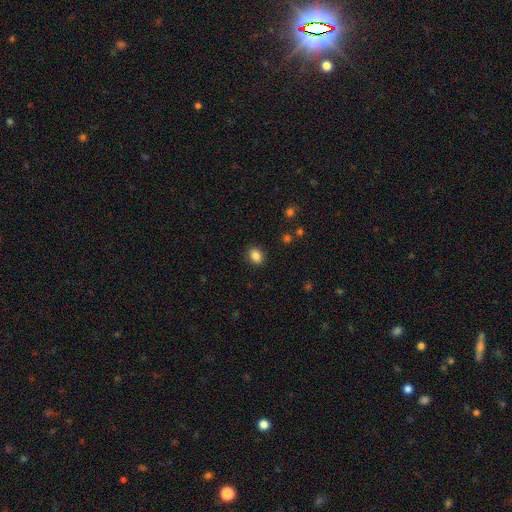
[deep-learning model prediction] A smooth galaxy with no disk features (86%) that is in between round and cigar-shaped (52%).

Vote fractions:
- Smooth or featured? smooth: 86% / star or artifact: 10% / featured or disk: 5%
- How rounded? in between: 52% / round: 47% / cigar-shaped: 1%
- Merging? none: 89% / minor disturbance: 8% / major disturbance: 2% / merger: 1%